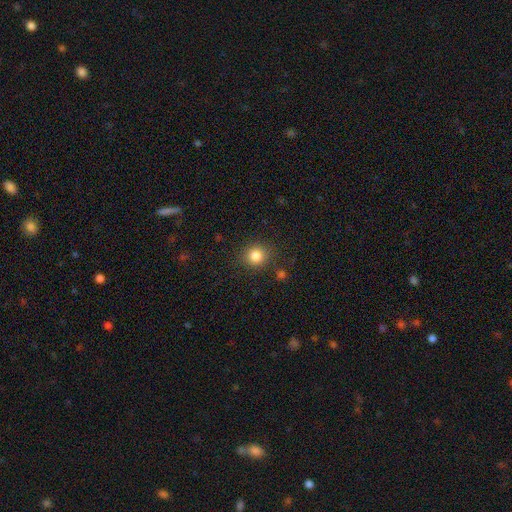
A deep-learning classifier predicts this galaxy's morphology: This is clearly a smooth galaxy (83%). How rounded: clearly round (86%). Merging: clearly none (86%).